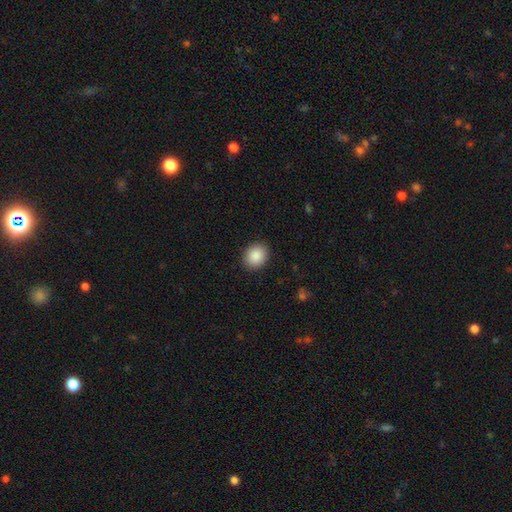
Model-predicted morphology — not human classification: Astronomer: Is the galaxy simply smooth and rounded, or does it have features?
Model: smooth — 89%.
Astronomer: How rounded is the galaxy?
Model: round — 62% (runner-up: in between, 37%).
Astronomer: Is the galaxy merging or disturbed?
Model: none — 90%.